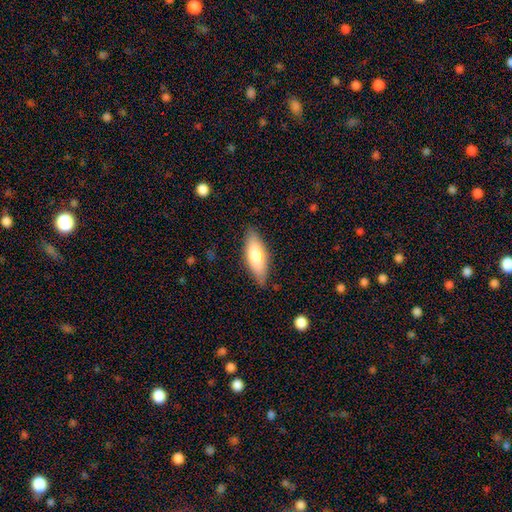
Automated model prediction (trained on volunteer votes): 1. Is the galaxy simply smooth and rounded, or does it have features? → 76% smooth, 19% featured or disk, 6% star or artifact.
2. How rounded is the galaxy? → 60% in between, 38% cigar-shaped, 2% round.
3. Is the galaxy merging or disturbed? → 84% none, 13% minor disturbance, 2% major disturbance, 1% merger.